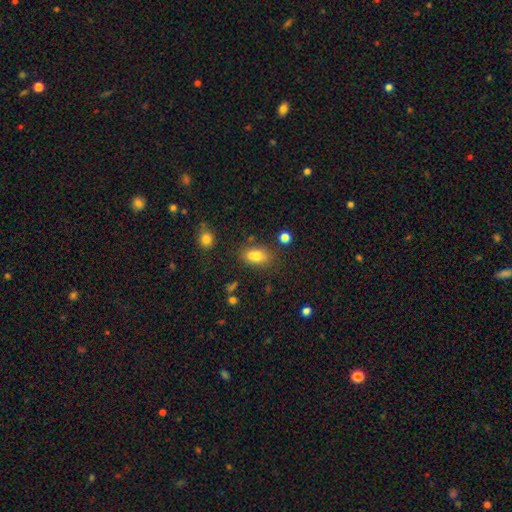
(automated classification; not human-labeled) The model was most divided on "merging": none: 62%, merger: 18%, minor disturbance: 16%, major disturbance: 5%. More confident: how rounded — in between (82%); smooth or featured — smooth (76%).